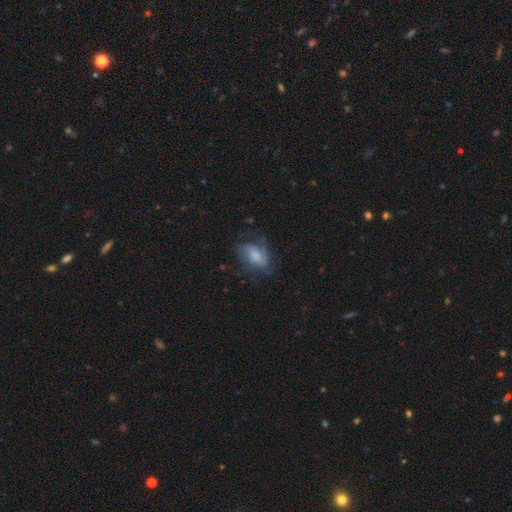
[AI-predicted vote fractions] This is possibly a smooth galaxy (51%). How rounded: clearly in between (85%). Merging: possibly none (49%).